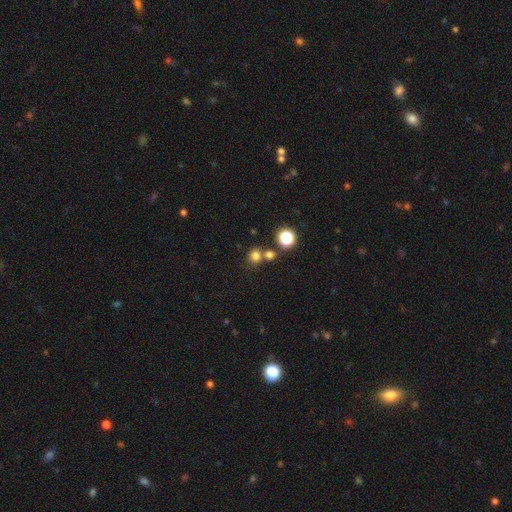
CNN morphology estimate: A smooth galaxy with no disk features (75%) that is round (75%).

Vote fractions:
- Smooth or featured? smooth: 75% / star or artifact: 19% / featured or disk: 7%
- How rounded? round: 75% / in between: 24% / cigar-shaped: 1%
- Merging? none: 62% / merger: 25% / minor disturbance: 9% / major disturbance: 4%